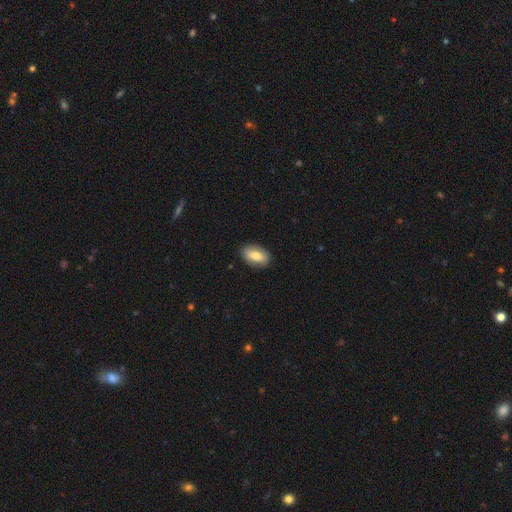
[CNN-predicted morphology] Overall: smooth (74%). How rounded: in between (90%). Merging: none (86%).